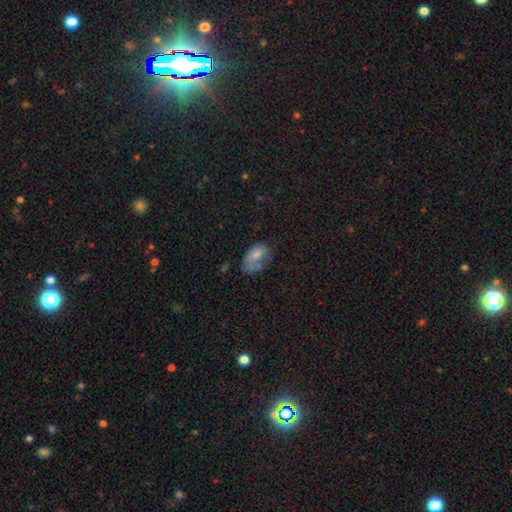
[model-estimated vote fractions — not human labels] Smooth or featured? Predicted: smooth (p=0.68). How rounded? Predicted: in between (p=0.86). Merging? Predicted: none (p=0.33).